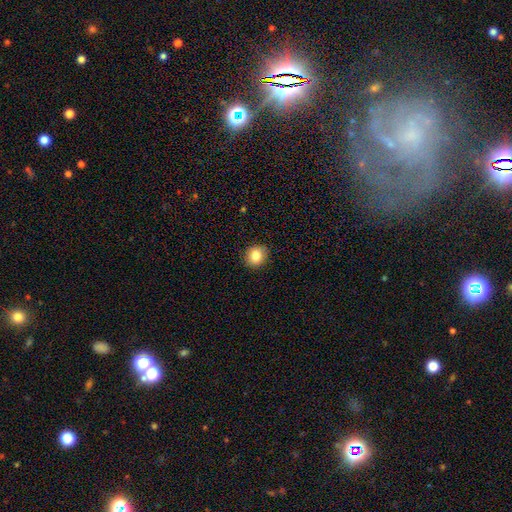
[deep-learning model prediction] smooth-or-featured: smooth: 83% | star or artifact: 10% | featured or disk: 7%
  how-rounded: round: 79% | in between: 20% | cigar-shaped: 1%
  merging: none: 91% | minor disturbance: 6% | major disturbance: 2% | merger: 1%